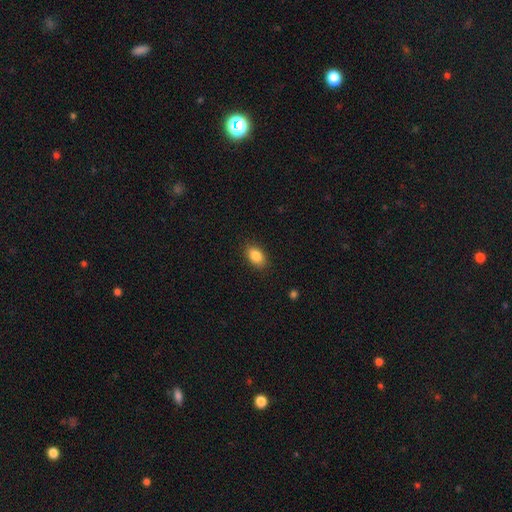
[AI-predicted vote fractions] smooth 87%, star or artifact 8%, featured or disk 5%. Down the decision tree: how rounded — in between (89%); merging — none (87%).